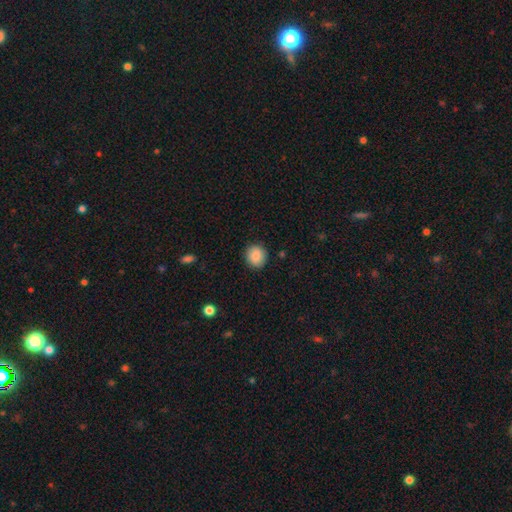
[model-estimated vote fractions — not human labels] Overall: smooth (88%). How rounded: round (86%). Merging: none (90%).